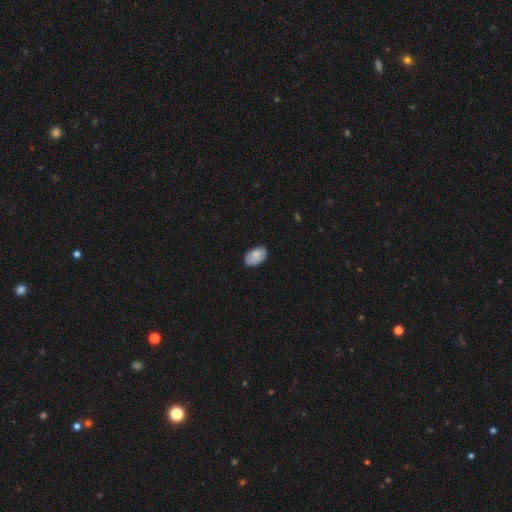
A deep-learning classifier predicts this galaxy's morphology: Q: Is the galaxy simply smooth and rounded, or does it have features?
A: smooth — 83%.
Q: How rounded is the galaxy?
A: in between — 93%.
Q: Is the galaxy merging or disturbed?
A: none — 81%.